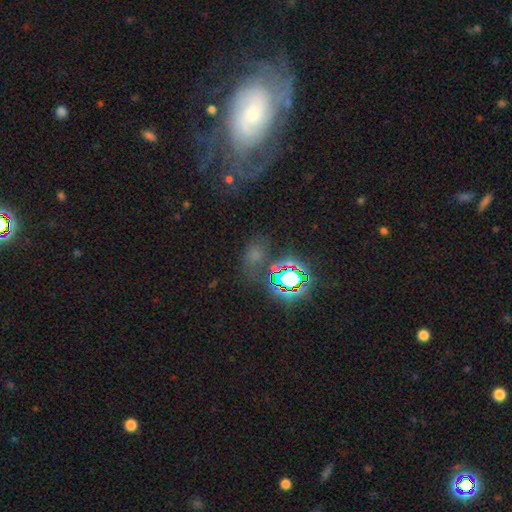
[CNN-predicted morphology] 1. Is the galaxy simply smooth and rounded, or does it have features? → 47% star or artifact, 40% smooth, 13% featured or disk.